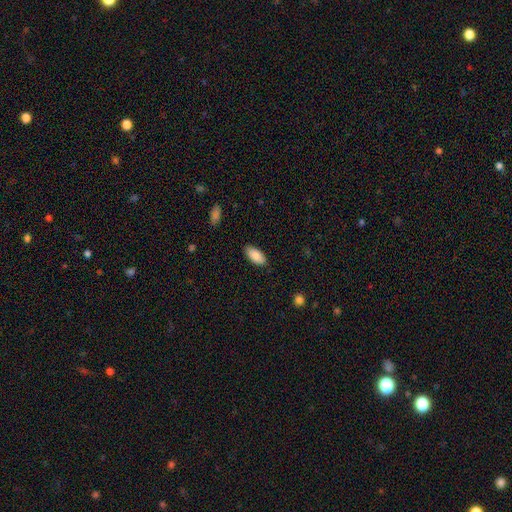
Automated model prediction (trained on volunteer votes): Smooth or featured? smooth (86%)
How rounded? in between (92%)
Merging? none (87%)